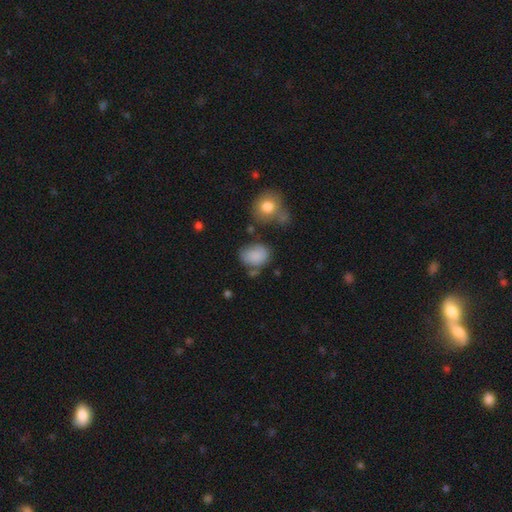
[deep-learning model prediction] Smooth or featured? Predicted: smooth (p=0.83). How rounded? Predicted: in between (p=0.60). Merging? Predicted: none (p=0.59).